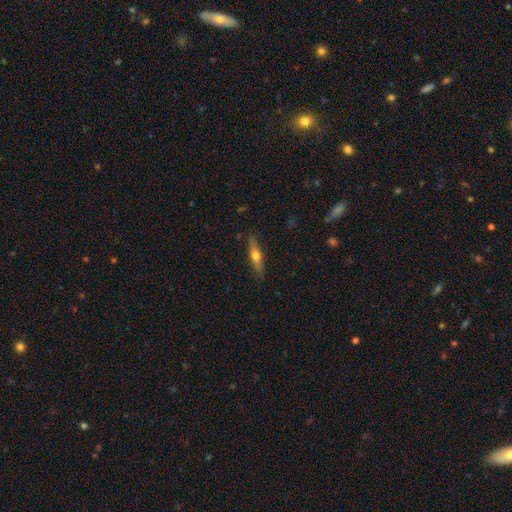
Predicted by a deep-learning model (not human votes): A smooth galaxy with no disk features (51%) that is cigar-shaped (74%).

Vote fractions:
- Smooth or featured? smooth: 51% / featured or disk: 43% / star or artifact: 6%
- How rounded? cigar-shaped: 74% / in between: 24% / round: 2%
- Merging? none: 85% / minor disturbance: 11% / major disturbance: 2% / merger: 1%